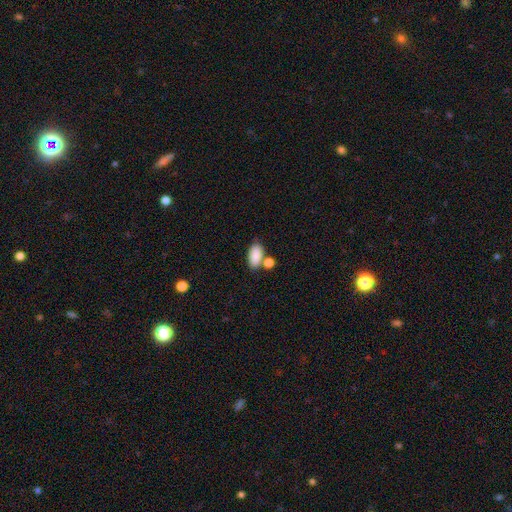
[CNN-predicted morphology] smooth 87%, star or artifact 7%, featured or disk 6%. Down the decision tree: how rounded — in between (93%); merging — none (58%).